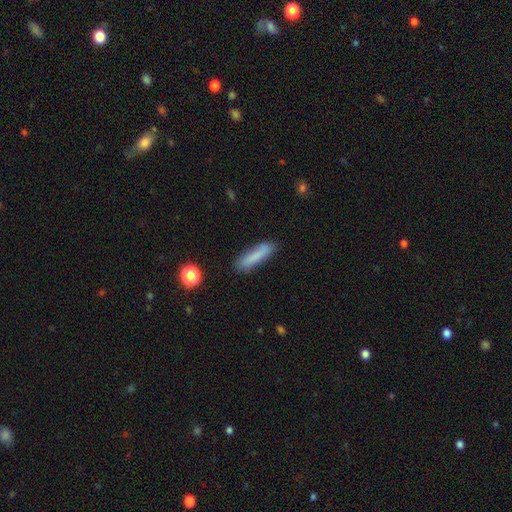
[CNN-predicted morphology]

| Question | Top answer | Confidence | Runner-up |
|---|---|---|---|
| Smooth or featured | smooth | 80% | featured or disk (12%) |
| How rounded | cigar-shaped | 80% | in between (19%) |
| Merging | none | 80% | minor disturbance (14%) |